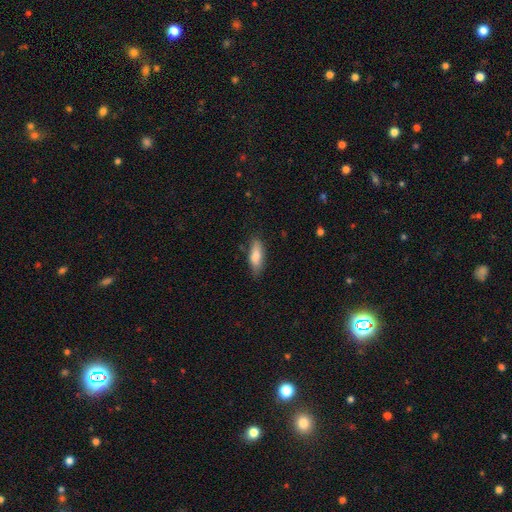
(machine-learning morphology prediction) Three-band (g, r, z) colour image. It shows a smooth galaxy with no disk features (80%) that is in between round and cigar-shaped (63%). Merging: none (76%).